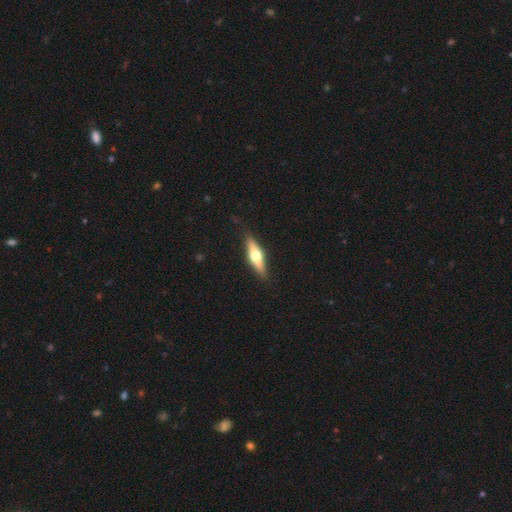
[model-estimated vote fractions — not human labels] smooth_or_featured: featured or disk (p=0.52) [alt: smooth p=0.42]
disk_edge_on: yes (p=0.91) [alt: no p=0.09]
merging: none (p=0.86) [alt: minor disturbance p=0.10]